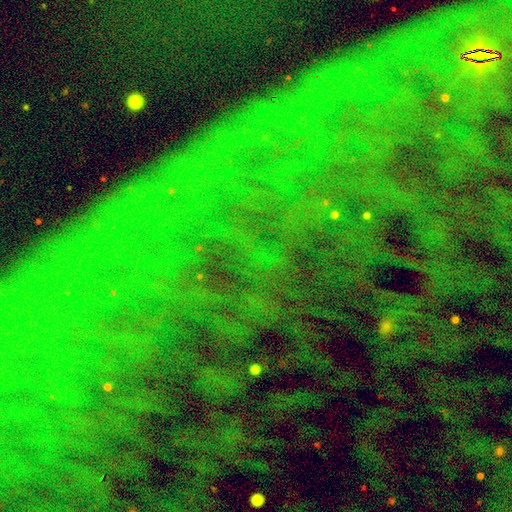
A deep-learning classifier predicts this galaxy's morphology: A star or artifact, not a galaxy (84%).